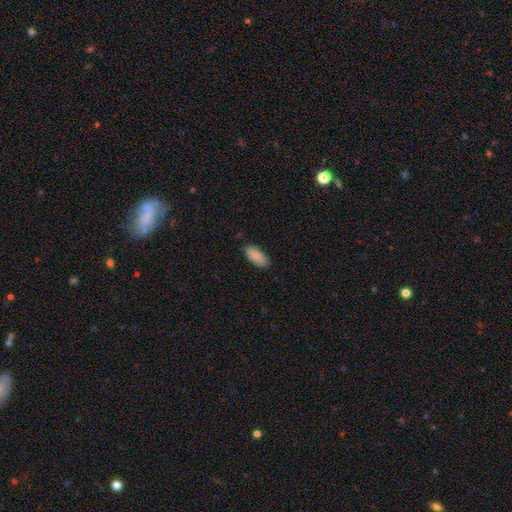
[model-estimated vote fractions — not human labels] Smooth or featured? Predicted: smooth (p=0.88). How rounded? Predicted: in between (p=0.89). Merging? Predicted: none (p=0.84).